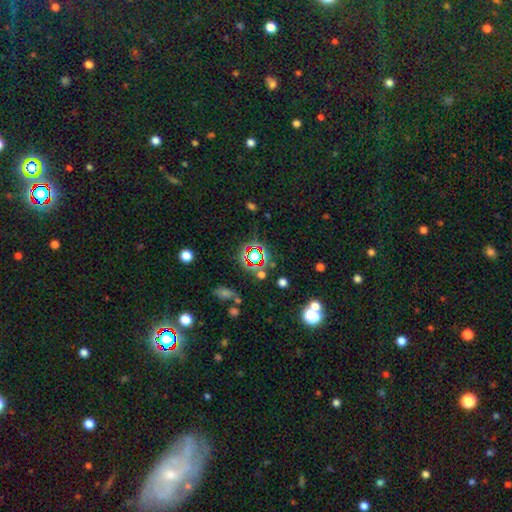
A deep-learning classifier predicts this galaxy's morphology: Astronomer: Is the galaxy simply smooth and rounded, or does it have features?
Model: star or artifact — 65%.